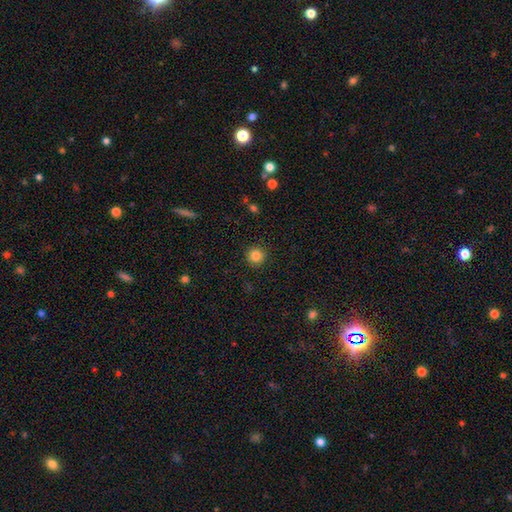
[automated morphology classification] The model was most divided on "smooth or featured": smooth: 84%, star or artifact: 11%, featured or disk: 5%. More confident: how rounded — round (95%); merging — none (92%).